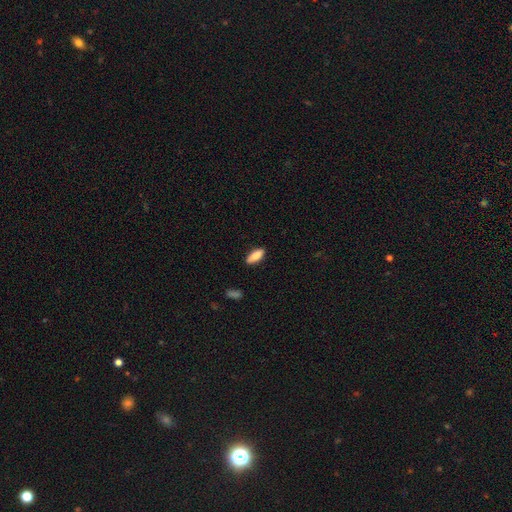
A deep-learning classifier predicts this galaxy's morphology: smooth_or_featured: smooth (p=0.87) [alt: star or artifact p=0.06]
how_rounded: in between (p=0.75) [alt: cigar-shaped p=0.23]
merging: none (p=0.84) [alt: minor disturbance p=0.13]